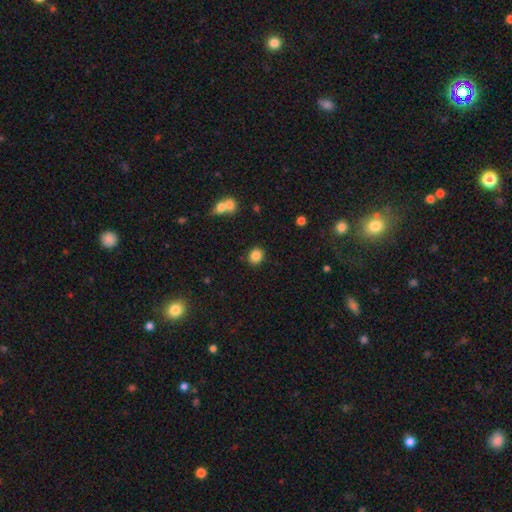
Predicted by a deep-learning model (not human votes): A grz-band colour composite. It shows a smooth galaxy with no disk features (85%) that is round (74%). Merging: none (86%).